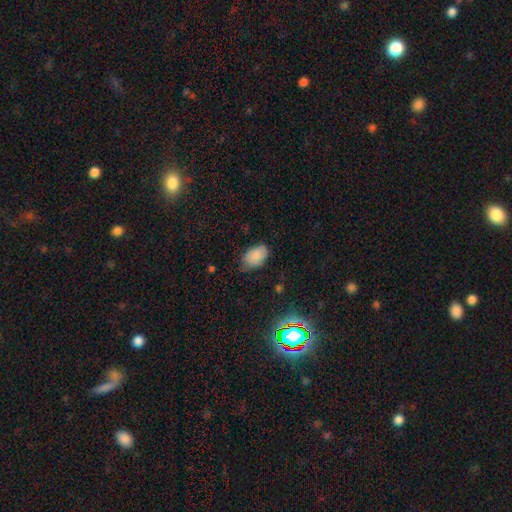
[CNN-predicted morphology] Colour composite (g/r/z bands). It shows a smooth galaxy with no disk features (84%) that is in between round and cigar-shaped (89%). Merging: none (69%).